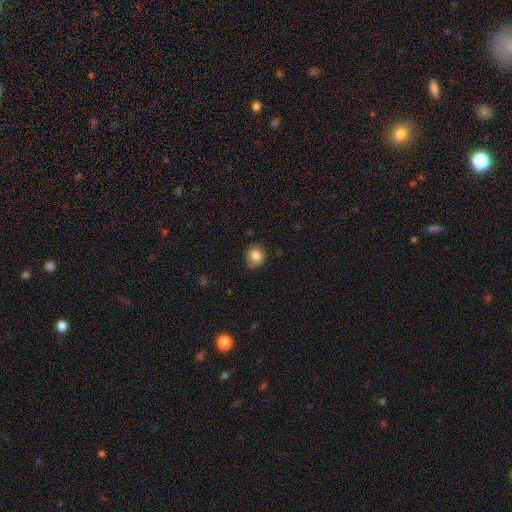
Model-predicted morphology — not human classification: smooth 83%, star or artifact 10%, featured or disk 7%. Down the decision tree: how rounded — round (79%); merging — none (76%).